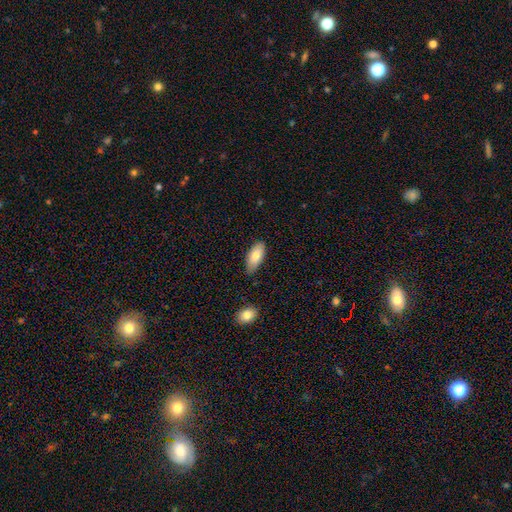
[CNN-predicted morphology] The model was most divided on "merging": none: 76%, minor disturbance: 19%, major disturbance: 3%, merger: 2%. More confident: how rounded — in between (89%); smooth or featured — smooth (80%).